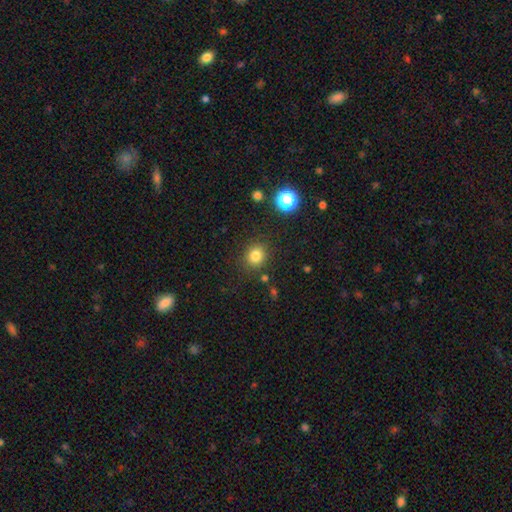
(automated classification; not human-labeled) This is clearly a smooth galaxy (81%). How rounded: clearly round (82%). Merging: clearly none (86%).